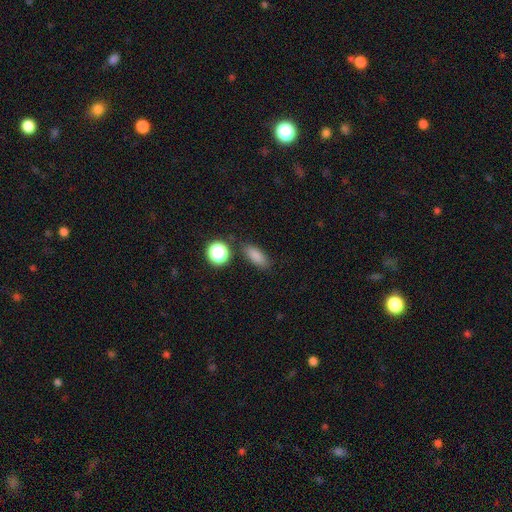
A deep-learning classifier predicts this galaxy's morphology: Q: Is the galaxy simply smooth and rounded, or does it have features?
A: smooth — 81%.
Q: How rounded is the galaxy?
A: in between — 70%.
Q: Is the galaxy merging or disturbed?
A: none — 83%.